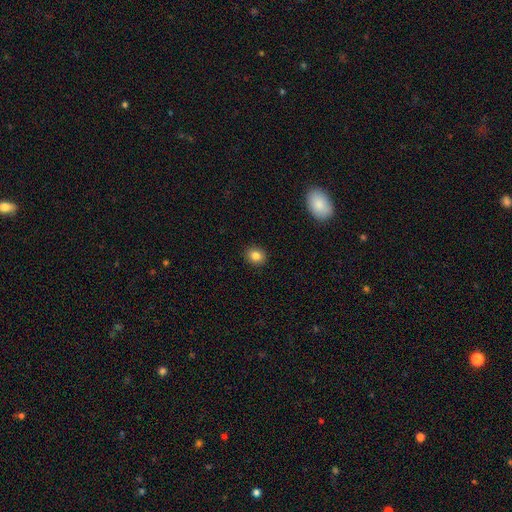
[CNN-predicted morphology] Smooth or featured?
  - smooth: 83% *
  - star or artifact: 10%
  - featured or disk: 6%
How rounded?
  - round: 70% *
  - in between: 29%
  - cigar-shaped: 1%
Merging?
  - none: 91% *
  - minor disturbance: 6%
  - major disturbance: 2%
  - merger: 1%